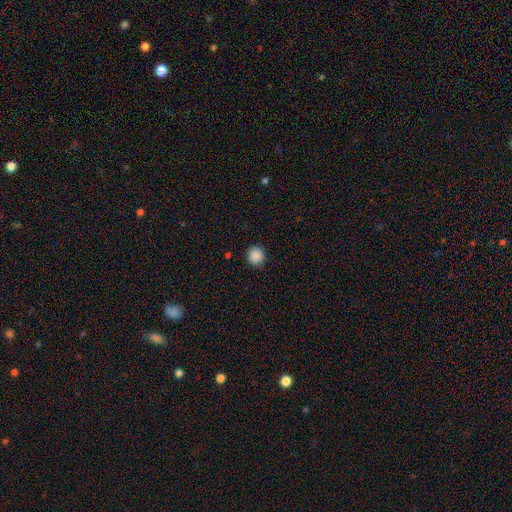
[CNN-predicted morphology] smooth 88%, star or artifact 10%, featured or disk 2%. Down the decision tree: how rounded — round (91%); merging — none (89%).